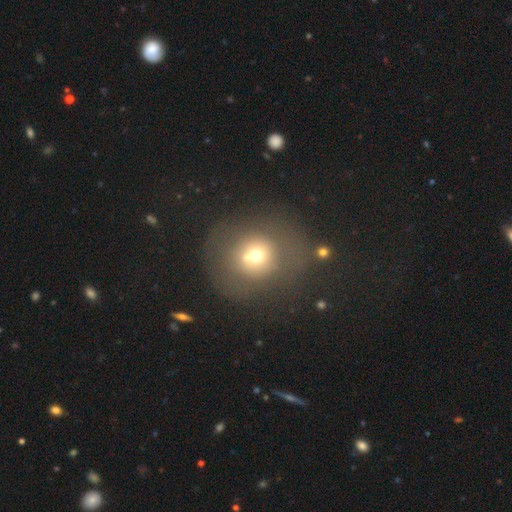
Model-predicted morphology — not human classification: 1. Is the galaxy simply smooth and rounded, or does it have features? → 61% smooth, 22% featured or disk, 17% star or artifact.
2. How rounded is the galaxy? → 84% round, 15% in between, 1% cigar-shaped.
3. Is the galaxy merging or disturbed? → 55% none, 16% minor disturbance, 15% merger, 15% major disturbance.